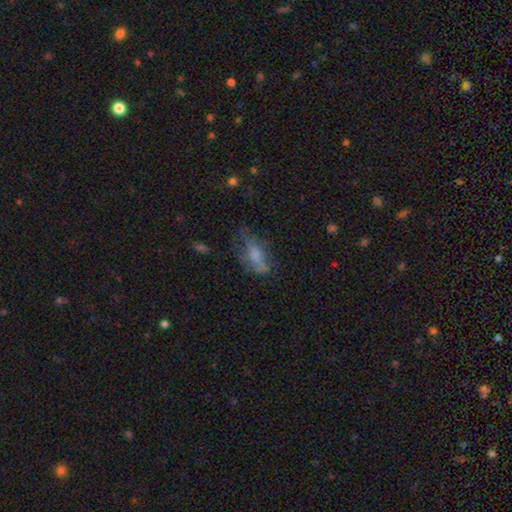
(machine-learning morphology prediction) The model was most divided on "merging": none: 44%, minor disturbance: 29%, major disturbance: 24%, merger: 3%. More confident: how rounded — in between (78%); smooth or featured — smooth (59%).